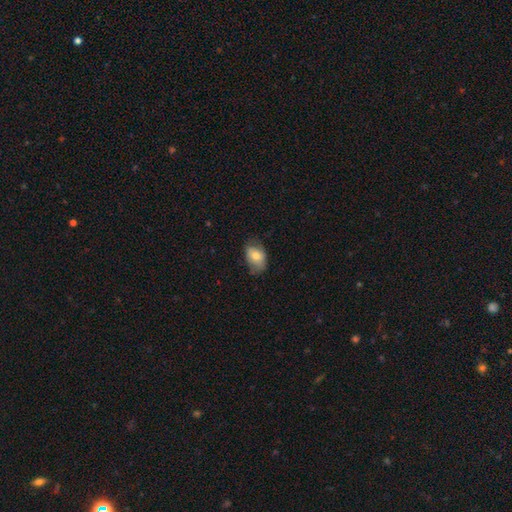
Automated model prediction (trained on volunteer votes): Smooth or featured: smooth — 69% (featured or disk — 23%)
How rounded: in between — 84% (round — 15%)
Merging: none — 61% (minor disturbance — 30%)